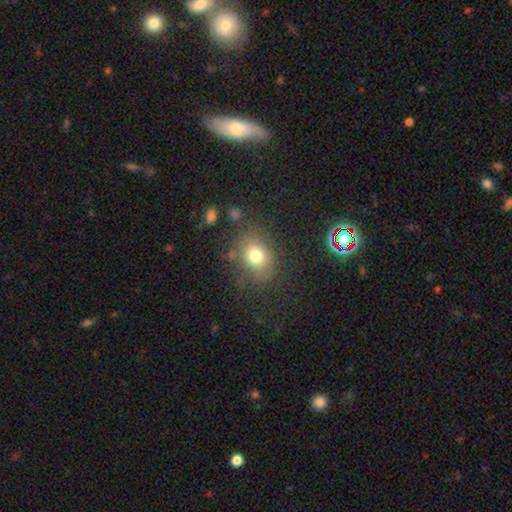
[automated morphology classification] Smooth or featured: smooth — 74% (star or artifact — 14%)
How rounded: round — 53% (in between — 46%)
Merging: none — 76% (minor disturbance — 14%)